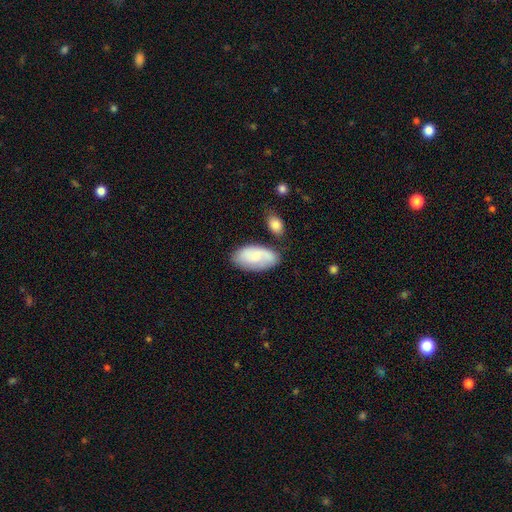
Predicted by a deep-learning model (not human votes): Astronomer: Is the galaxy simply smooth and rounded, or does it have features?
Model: smooth — 68%.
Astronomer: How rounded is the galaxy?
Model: in between — 94%.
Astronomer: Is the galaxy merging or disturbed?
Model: none — 64%.